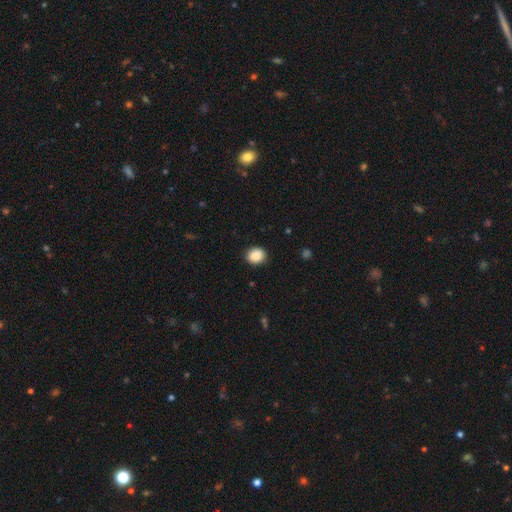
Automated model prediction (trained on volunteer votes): smooth_or_featured: smooth (p=0.89) [alt: star or artifact p=0.08]
how_rounded: round (p=0.70) [alt: in between p=0.29]
merging: none (p=0.88) [alt: minor disturbance p=0.09]